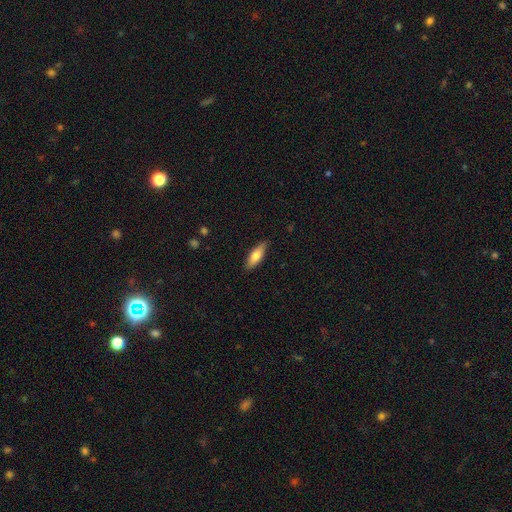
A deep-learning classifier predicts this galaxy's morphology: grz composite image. It shows a smooth galaxy with no disk features (72%) that is in between round and cigar-shaped (59%). Merging: none (85%).